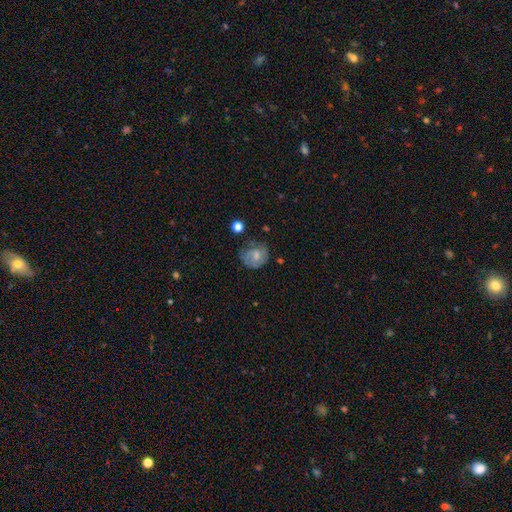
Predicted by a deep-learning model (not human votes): Q: Smooth or featured?
A: smooth (52%); runner-up: featured or disk (39%)
Q: How rounded?
A: round (67%); runner-up: in between (32%)
Q: Merging?
A: none (54%); runner-up: minor disturbance (28%)